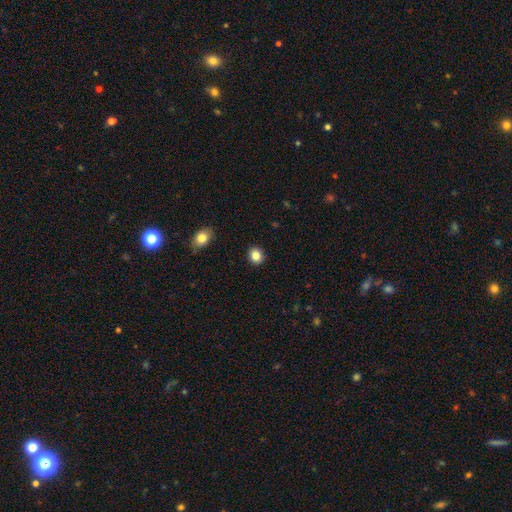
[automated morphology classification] Smooth or featured? smooth (85%)
How rounded? round (75%)
Merging? none (91%)